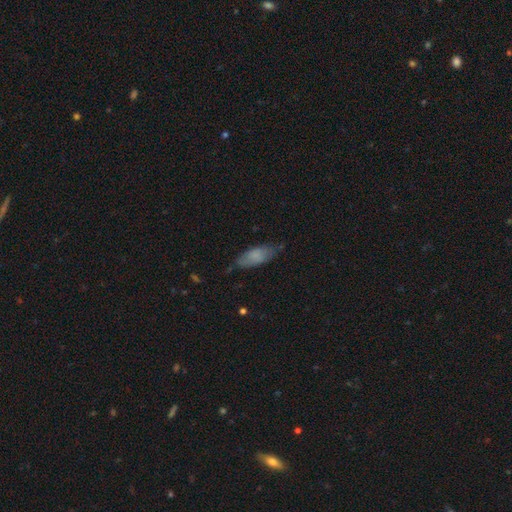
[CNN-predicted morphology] This is likely a smooth galaxy (75%). How rounded: likely in between (73%). Merging: likely none (66%).